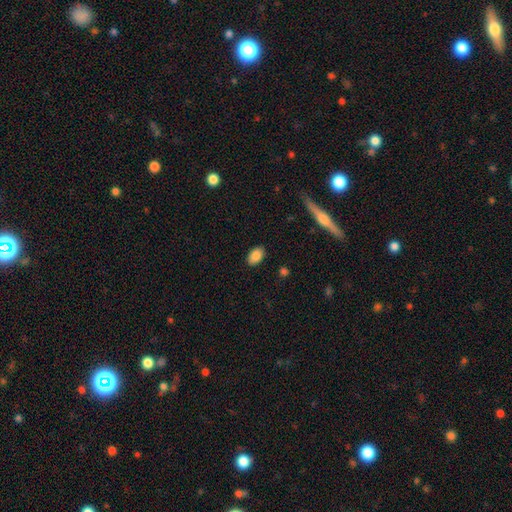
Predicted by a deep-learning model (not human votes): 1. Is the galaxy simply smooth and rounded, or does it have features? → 86% smooth, 7% star or artifact, 6% featured or disk.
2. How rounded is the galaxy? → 90% in between, 8% round, 2% cigar-shaped.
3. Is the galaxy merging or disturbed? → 88% none, 9% minor disturbance, 2% major disturbance, 1% merger.